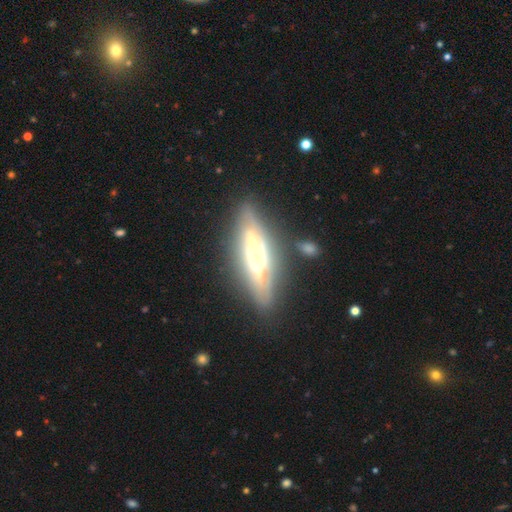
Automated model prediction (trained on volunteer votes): Morphology: type=featured or disk (76%); edge-on=yes (79%); edge-on bulge=rounded (58%); merging=none (75%).